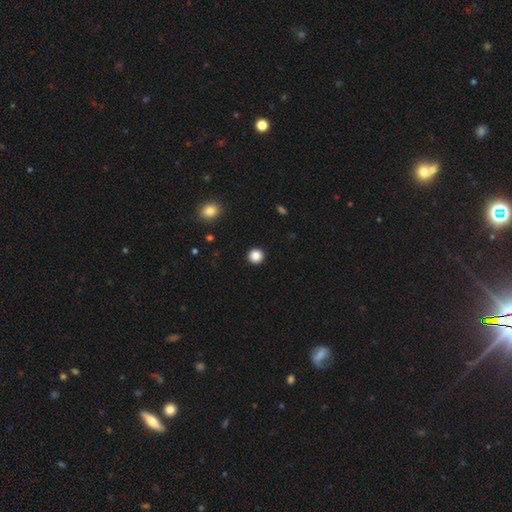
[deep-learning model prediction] This appears to be a smooth galaxy with no disk features (86%) that is round (95%). Merging: none (93%).